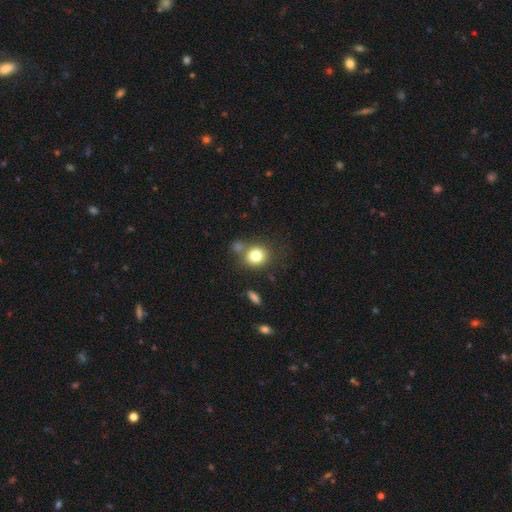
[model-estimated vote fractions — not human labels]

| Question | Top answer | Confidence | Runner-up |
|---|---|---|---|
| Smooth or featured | smooth | 80% | star or artifact (11%) |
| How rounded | round | 82% | in between (17%) |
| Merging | none | 68% | merger (16%) |